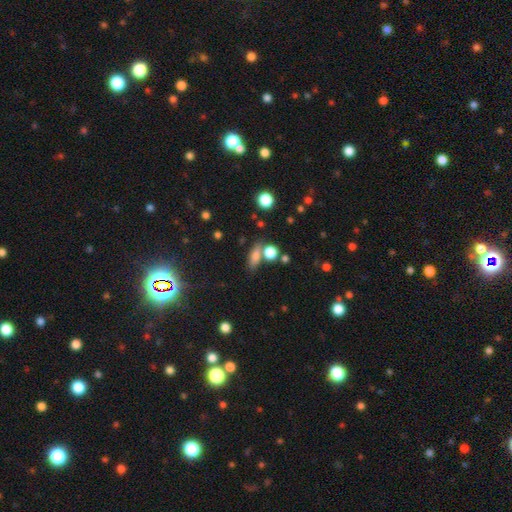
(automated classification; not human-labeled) A smooth galaxy with no disk features (74%) that is in between round and cigar-shaped (56%).

Vote fractions:
- Smooth or featured? smooth: 74% / star or artifact: 13% / featured or disk: 13%
- How rounded? in between: 56% / cigar-shaped: 26% / round: 18%
- Merging? none: 61% / merger: 21% / minor disturbance: 12% / major disturbance: 6%